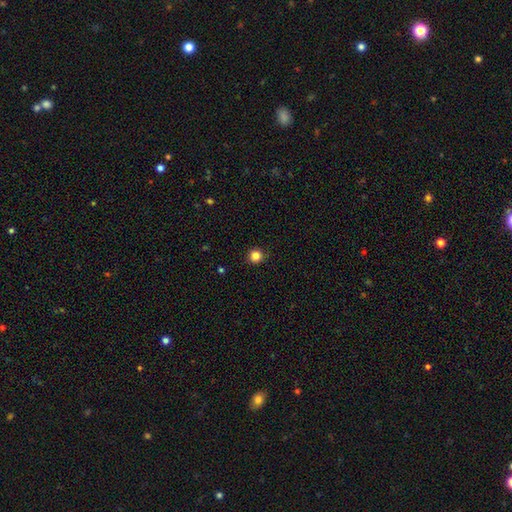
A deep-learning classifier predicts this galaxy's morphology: smooth 83%, star or artifact 12%, featured or disk 5%. Down the decision tree: how rounded — round (95%); merging — none (90%).